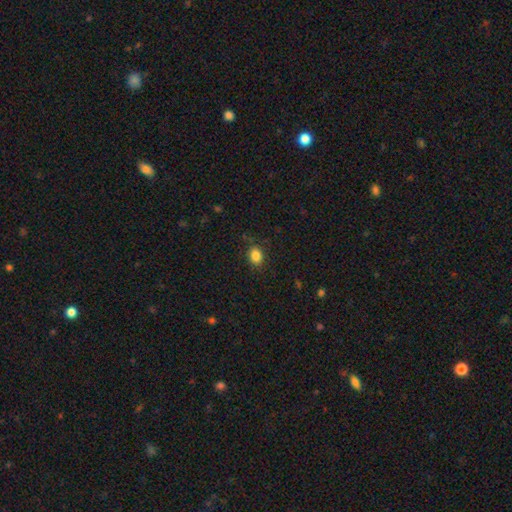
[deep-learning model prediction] Morphology: type=smooth (85%); roundness=in between (54%); merging=none (83%).